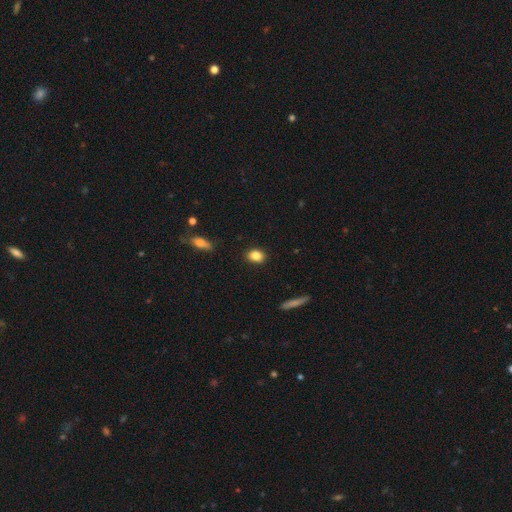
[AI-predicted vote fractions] A smooth galaxy with no disk features (85%) that is in between round and cigar-shaped (60%). Merging: none (88%).